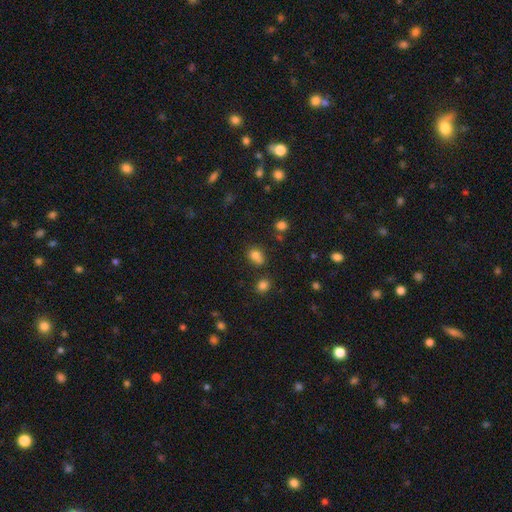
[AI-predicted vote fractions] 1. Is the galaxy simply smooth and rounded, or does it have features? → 79% smooth, 14% star or artifact, 7% featured or disk.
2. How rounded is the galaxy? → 53% in between, 46% round, 1% cigar-shaped.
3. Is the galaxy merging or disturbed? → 54% none, 20% merger, 20% minor disturbance, 6% major disturbance.